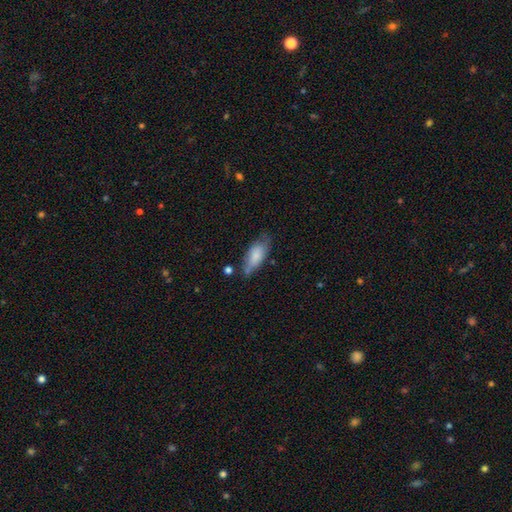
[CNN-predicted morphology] type=smooth (79%); roundness=in between (79%); merging=none (59%).